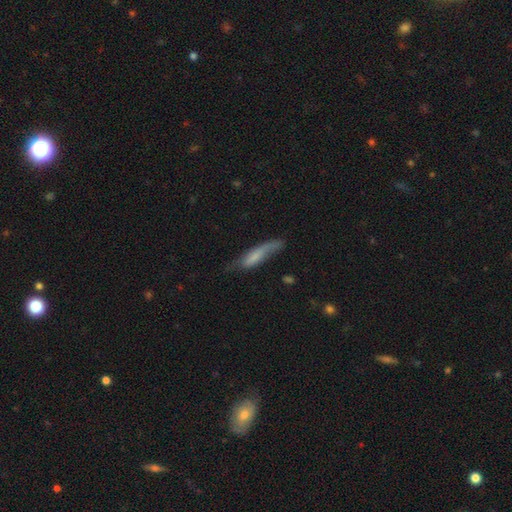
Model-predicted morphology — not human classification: smooth_or_featured: smooth (p=0.63) [alt: featured or disk p=0.30]
how_rounded: cigar-shaped (p=0.76) [alt: in between p=0.23]
merging: none (p=0.47) [alt: minor disturbance p=0.33]